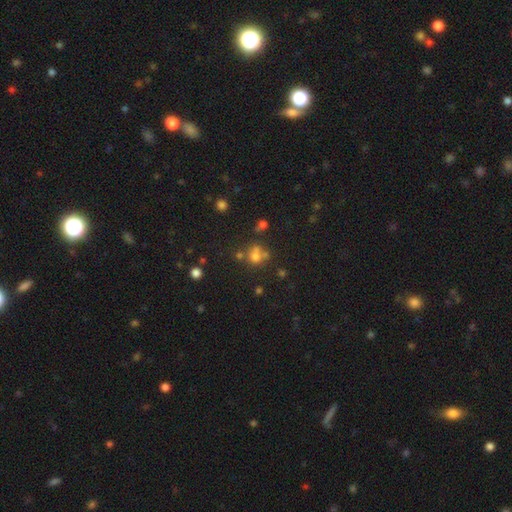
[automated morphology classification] Overall: smooth (63%; star or artifact 23%). How rounded: round (84%). Merging: none (51%; merger 33%).